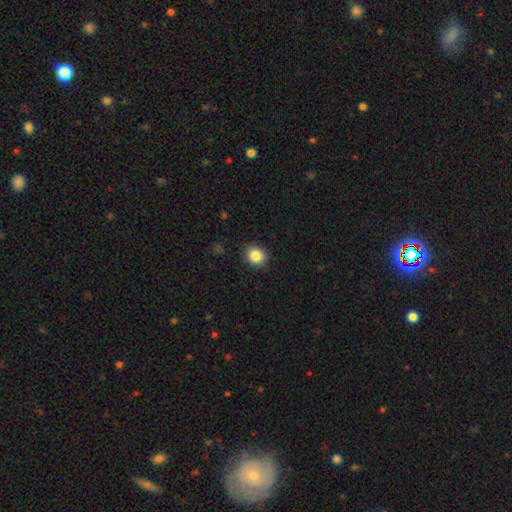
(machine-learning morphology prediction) The model was most divided on "how rounded": round: 73%, in between: 26%, cigar-shaped: 1%. More confident: merging — none (89%); smooth or featured — smooth (86%).